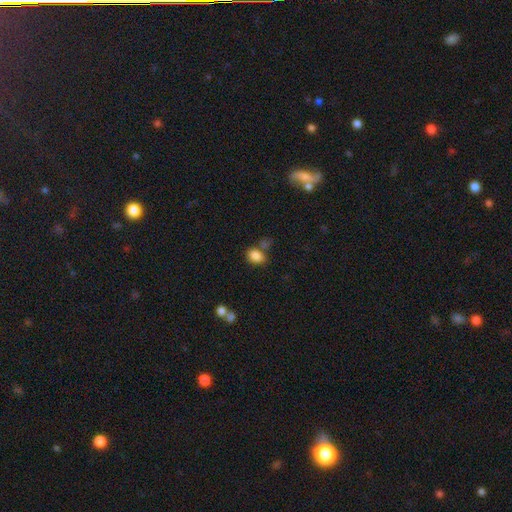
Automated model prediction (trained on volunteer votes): Smooth or featured: smooth — 84% (star or artifact — 10%)
How rounded: in between — 68% (round — 31%)
Merging: none — 59% (merger — 19%)